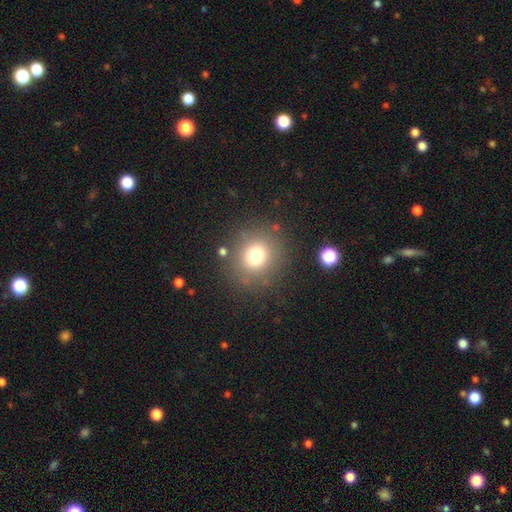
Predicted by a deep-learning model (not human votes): The model was most divided on "smooth or featured": smooth: 74%, star or artifact: 15%, featured or disk: 11%. More confident: how rounded — round (84%); merging — none (83%).